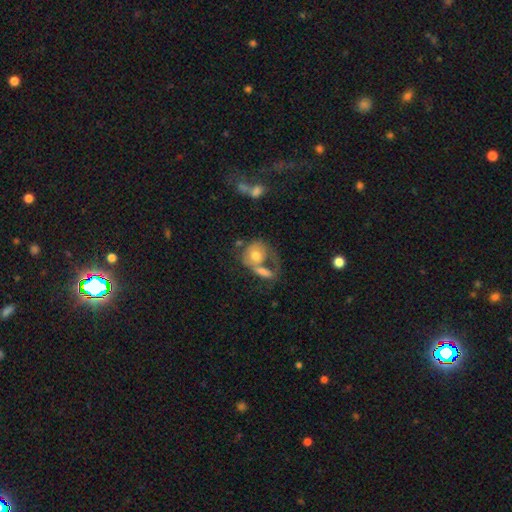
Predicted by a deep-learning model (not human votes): Smooth or featured: smooth — 54% (featured or disk — 38%)
How rounded: round — 57% (in between — 41%)
Merging: merger — 46% (none — 23%)